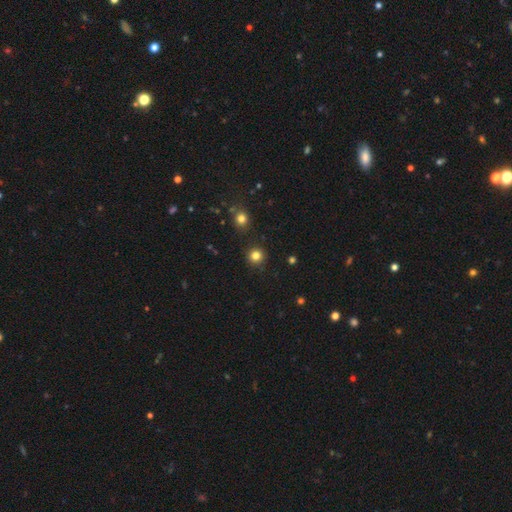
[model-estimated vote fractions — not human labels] A smooth galaxy with no disk features (81%) that is round (95%). Merging: none (91%).